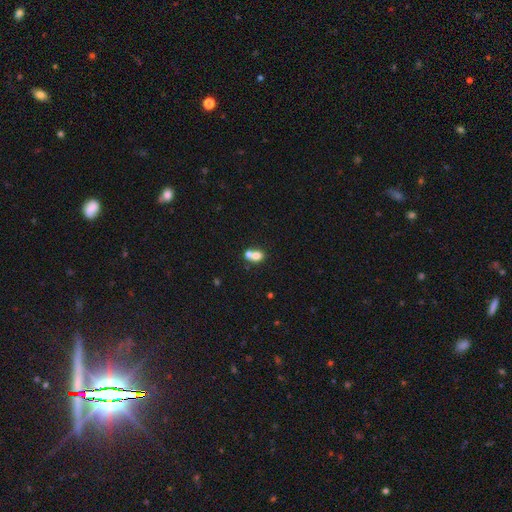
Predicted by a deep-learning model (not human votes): smooth_or_featured: smooth (p=0.73) [alt: featured or disk p=0.16]
how_rounded: round (p=0.52) [alt: in between p=0.47]
merging: merger (p=0.58) [alt: none p=0.31]